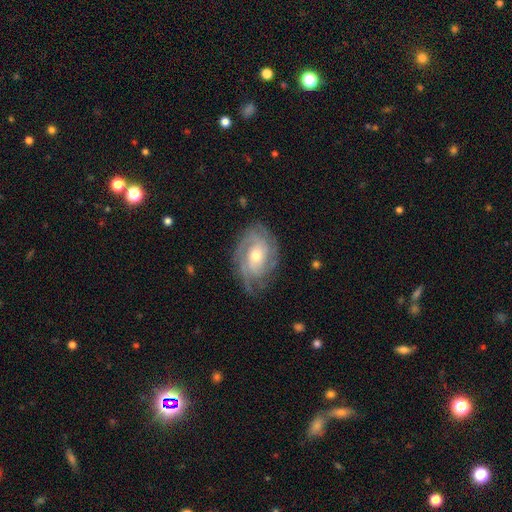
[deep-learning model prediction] smooth_or_featured: featured or disk (p=0.87) [alt: smooth p=0.08]
disk_edge_on: no (p=0.97) [alt: yes p=0.03]
bar: no (p=0.62) [alt: weak p=0.30]
has_spiral_arms: yes (p=0.97) [alt: no p=0.03]
spiral_winding: tight (p=0.65) [alt: medium p=0.30]
spiral_arm_count: 3 (p=0.31) [alt: can't tell p=0.24]
bulge_size: moderate (p=0.60) [alt: small p=0.35]
merging: none (p=0.75) [alt: minor disturbance p=0.18]